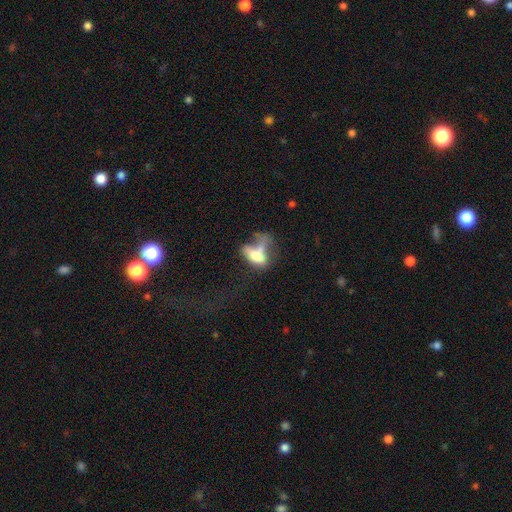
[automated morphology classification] smooth 56%, featured or disk 33%, star or artifact 11%. Down the decision tree: how rounded — in between (73%); merging — major disturbance (37%).